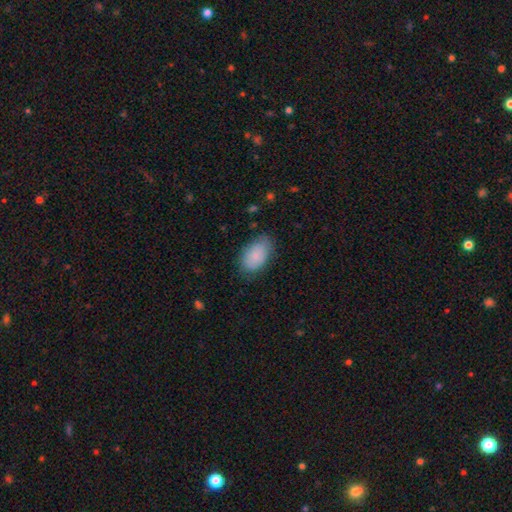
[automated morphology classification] The model was most divided on "merging": none: 71%, minor disturbance: 22%, major disturbance: 5%, merger: 1%. More confident: how rounded — in between (93%); smooth or featured — smooth (86%).